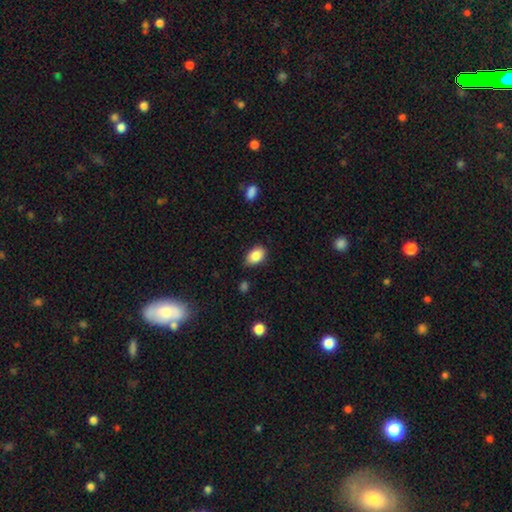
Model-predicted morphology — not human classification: Smooth or featured?
  - smooth: 85% *
  - star or artifact: 8%
  - featured or disk: 6%
How rounded?
  - in between: 86% *
  - round: 13%
  - cigar-shaped: 1%
Merging?
  - none: 78% *
  - minor disturbance: 17%
  - major disturbance: 3%
  - merger: 2%